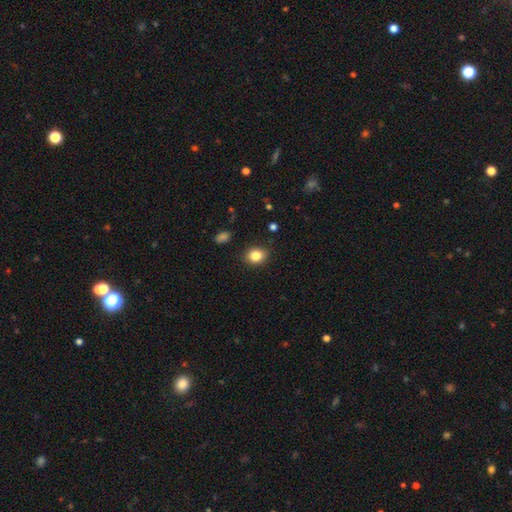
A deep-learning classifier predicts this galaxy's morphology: Smooth or featured: smooth — 84% (star or artifact — 10%)
How rounded: round — 53% (in between — 46%)
Merging: none — 87% (minor disturbance — 9%)